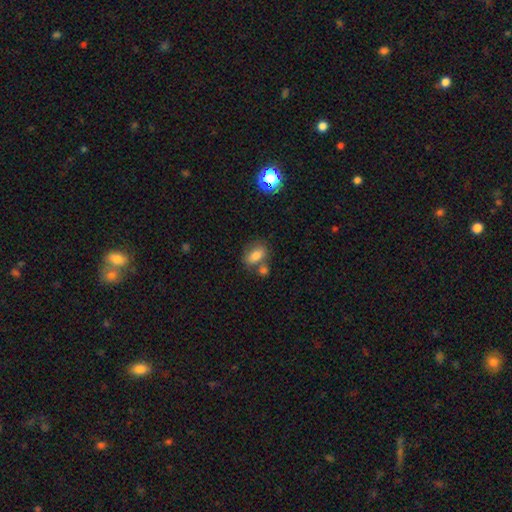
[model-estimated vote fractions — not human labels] Smooth or featured? smooth (77%)
How rounded? in between (83%)
Merging? none (53%)